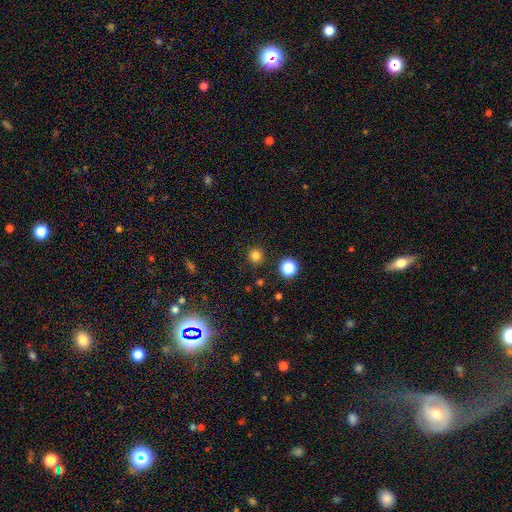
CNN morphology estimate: This is likely a smooth galaxy (80%). How rounded: clearly round (95%). Merging: clearly none (91%).